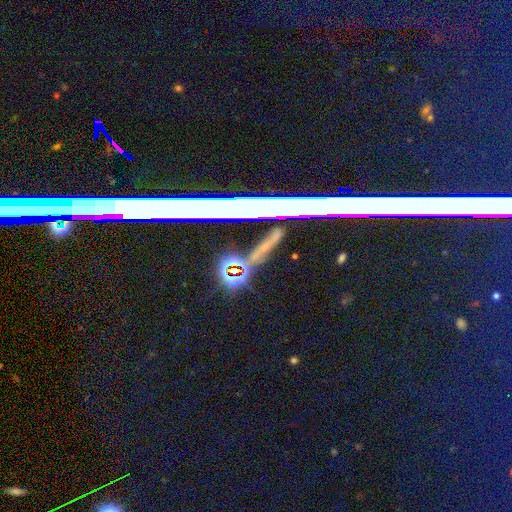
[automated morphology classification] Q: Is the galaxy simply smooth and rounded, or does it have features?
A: star or artifact — 68%.